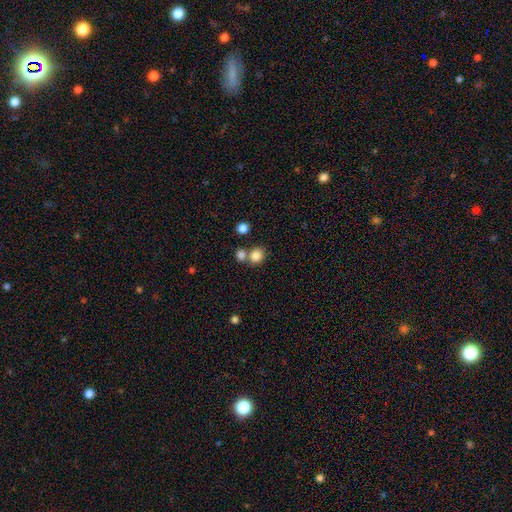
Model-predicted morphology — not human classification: Smooth or featured?
  - smooth: 83% *
  - star or artifact: 11%
  - featured or disk: 6%
How rounded?
  - round: 82% *
  - in between: 17%
  - cigar-shaped: 1%
Merging?
  - none: 58% *
  - merger: 32%
  - minor disturbance: 7%
  - major disturbance: 3%